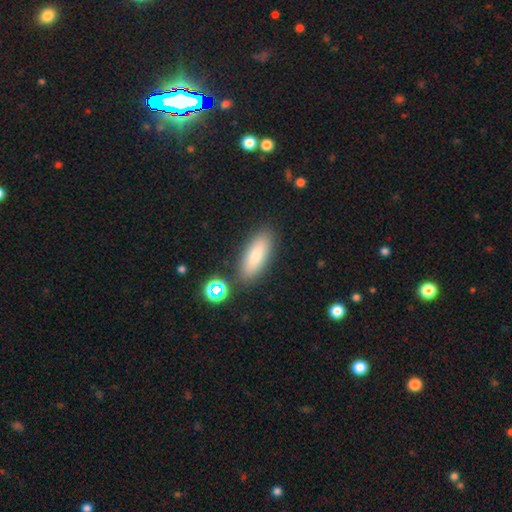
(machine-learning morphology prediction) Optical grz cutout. It shows a smooth galaxy with no disk features (79%) that is in between round and cigar-shaped (69%). Merging: none (82%).